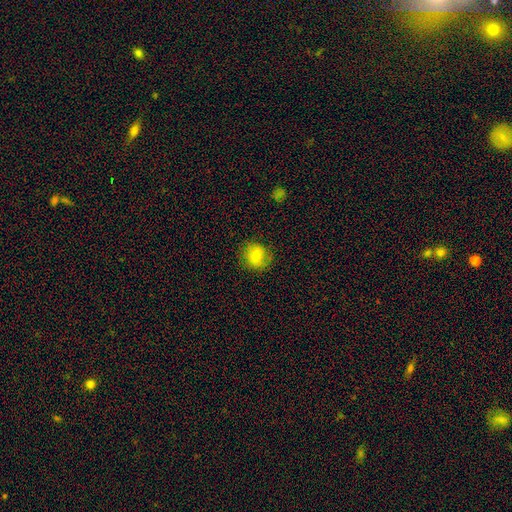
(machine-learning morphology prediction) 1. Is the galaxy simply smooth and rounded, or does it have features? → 75% smooth, 15% featured or disk, 10% star or artifact.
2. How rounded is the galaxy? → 81% round, 18% in between, 1% cigar-shaped.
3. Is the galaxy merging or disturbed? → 82% none, 13% minor disturbance, 4% major disturbance, 1% merger.